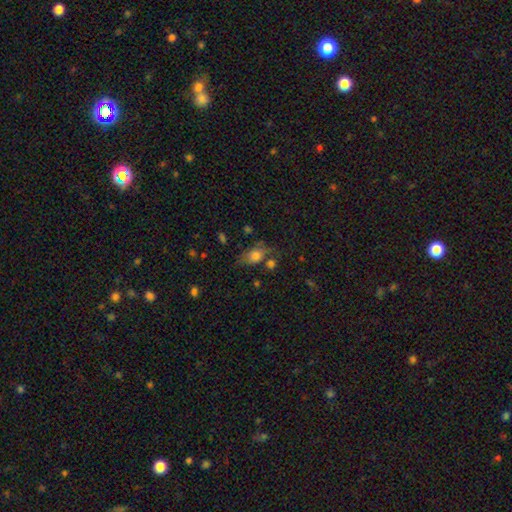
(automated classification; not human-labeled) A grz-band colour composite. It shows a smooth galaxy with no disk features (72%) that is in between round and cigar-shaped (74%). Merging: none (51%).